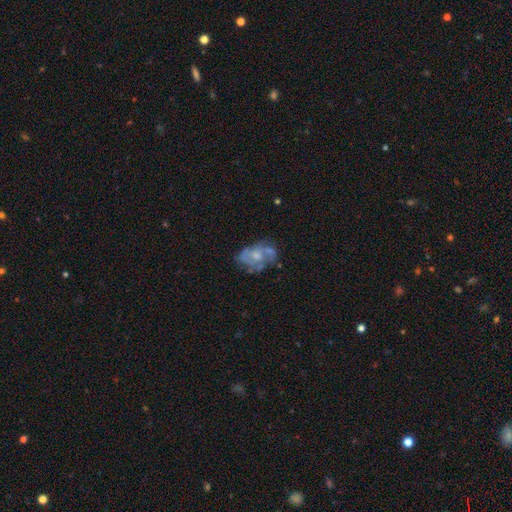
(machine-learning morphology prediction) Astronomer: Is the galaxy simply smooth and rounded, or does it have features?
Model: featured or disk — 67%.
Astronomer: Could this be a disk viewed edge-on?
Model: no — 97%.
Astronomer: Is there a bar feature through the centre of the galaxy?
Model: no — 78%.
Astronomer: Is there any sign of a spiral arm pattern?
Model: yes — 52% (runner-up: no, 48%).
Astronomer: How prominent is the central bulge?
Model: moderate — 46% (runner-up: small, 33%).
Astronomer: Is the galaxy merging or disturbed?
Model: none — 51%.